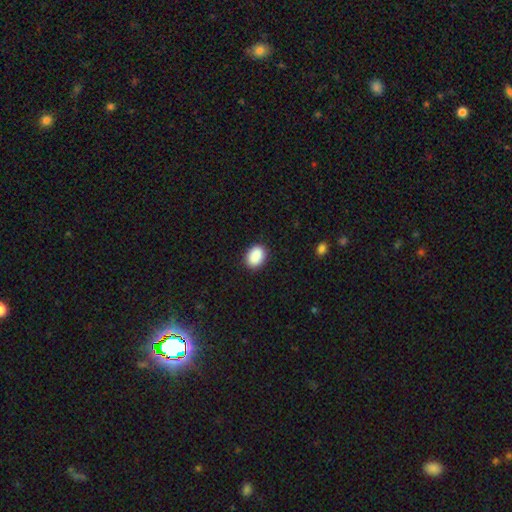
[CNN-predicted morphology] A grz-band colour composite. It shows a smooth galaxy with no disk features (90%) that is in between round and cigar-shaped (69%). Merging: none (88%).